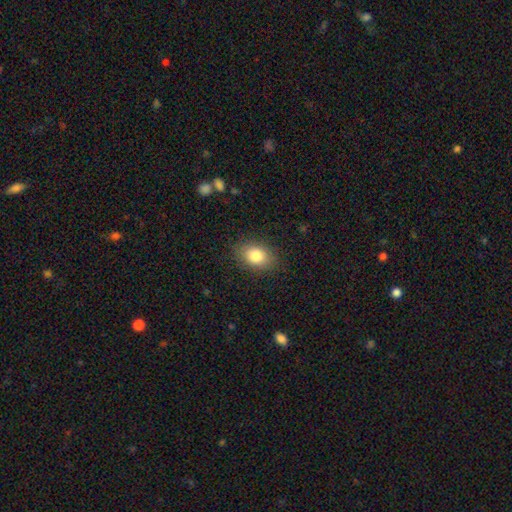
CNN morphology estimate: Q: Smooth or featured?
A: smooth (83%); runner-up: star or artifact (9%)
Q: How rounded?
A: in between (78%); runner-up: round (20%)
Q: Merging?
A: none (85%); runner-up: minor disturbance (11%)